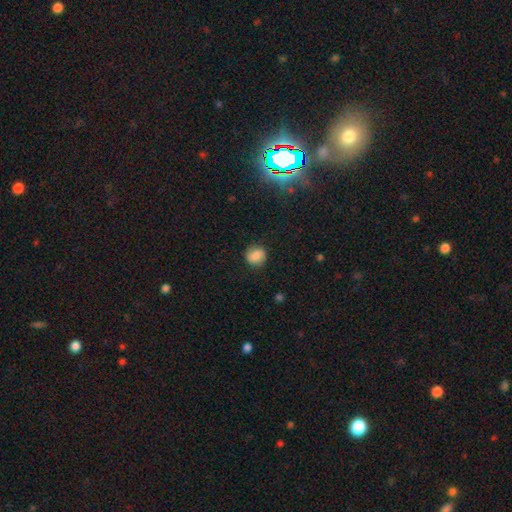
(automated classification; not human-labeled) Smooth or featured: smooth — 77% (featured or disk — 14%)
How rounded: round — 84% (in between — 15%)
Merging: none — 85% (minor disturbance — 10%)